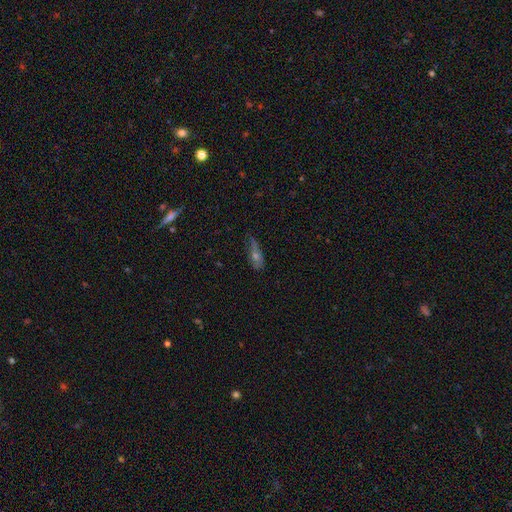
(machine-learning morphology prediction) Smooth or featured: featured or disk — 43% (smooth — 41%)
Merging: none — 56% (minor disturbance — 29%)